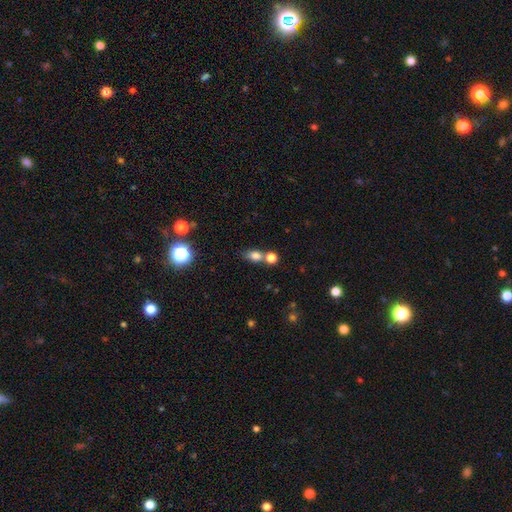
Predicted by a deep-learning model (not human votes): smooth-or-featured: smooth: 76% | star or artifact: 15% | featured or disk: 10%
  how-rounded: in between: 63% | round: 32% | cigar-shaped: 5%
  merging: none: 49% | merger: 36% | minor disturbance: 11% | major disturbance: 5%